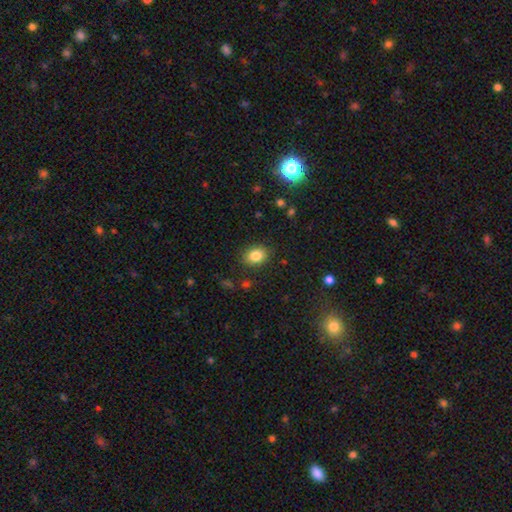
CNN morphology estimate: Smooth or featured?
  - smooth: 83% *
  - star or artifact: 10%
  - featured or disk: 7%
How rounded?
  - in between: 57% *
  - round: 42%
  - cigar-shaped: 1%
Merging?
  - none: 86% *
  - minor disturbance: 10%
  - major disturbance: 3%
  - merger: 1%